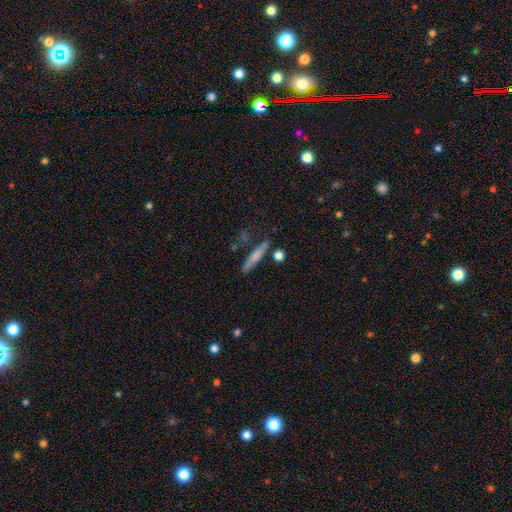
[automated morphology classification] Smooth or featured? smooth (64%)
How rounded? cigar-shaped (92%)
Merging? none (79%)